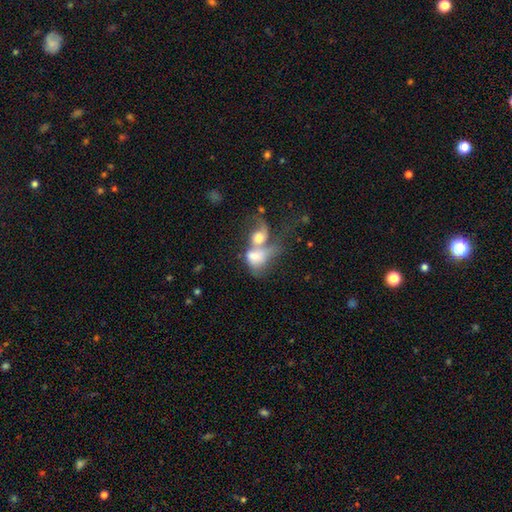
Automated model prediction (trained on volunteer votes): This is possibly a smooth galaxy (53%). How rounded: likely in between (69%). Merging: likely merger (78%).